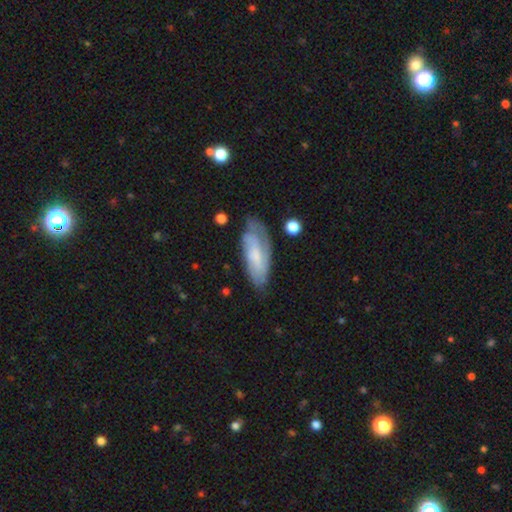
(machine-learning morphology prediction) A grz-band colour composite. It shows a featured or disk galaxy (53%). Merging: none (62%).